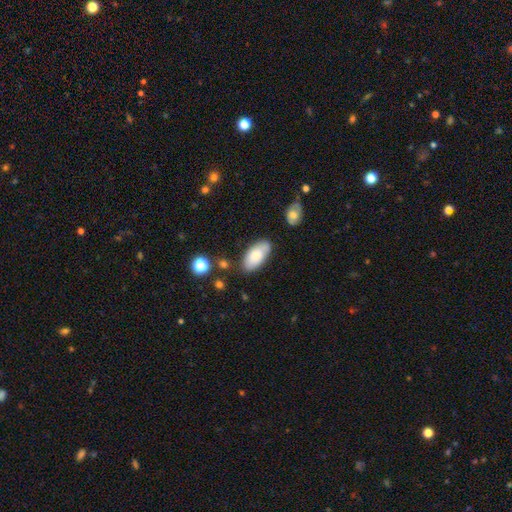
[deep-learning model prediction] Smooth or featured? Predicted: smooth (p=0.76). How rounded? Predicted: in between (p=0.93). Merging? Predicted: none (p=0.73).